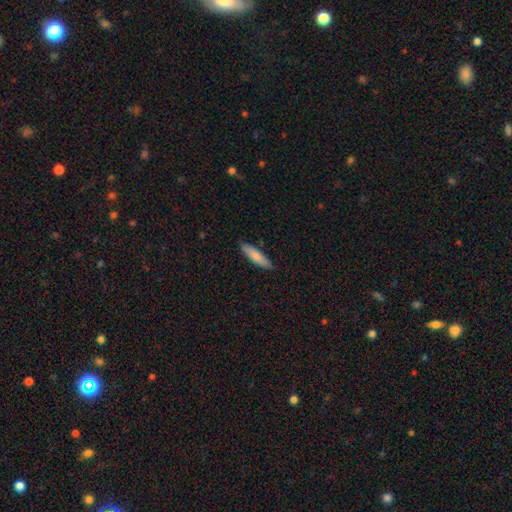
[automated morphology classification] This is clearly a smooth galaxy (81%). How rounded: likely cigar-shaped (73%). Merging: clearly none (88%).